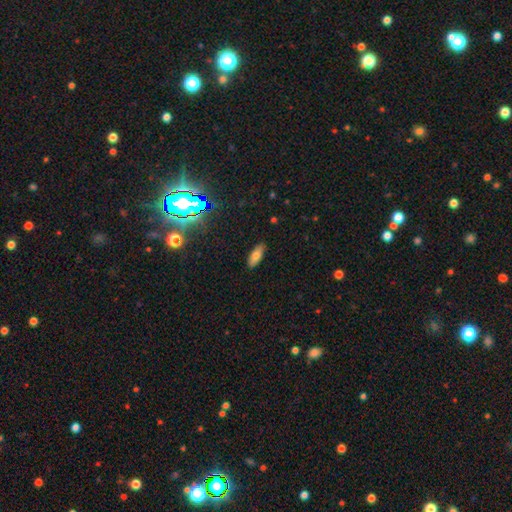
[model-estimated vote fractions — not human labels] Morphology: type=smooth (72%); roundness=in between (77%); merging=none (87%).